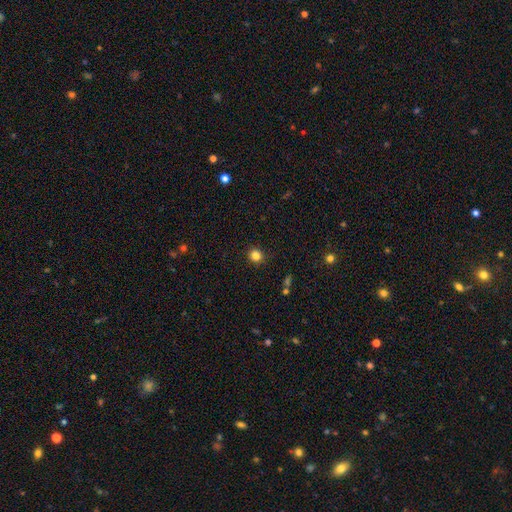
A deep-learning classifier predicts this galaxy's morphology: This is clearly a smooth galaxy (84%). How rounded: clearly round (88%). Merging: clearly none (89%).